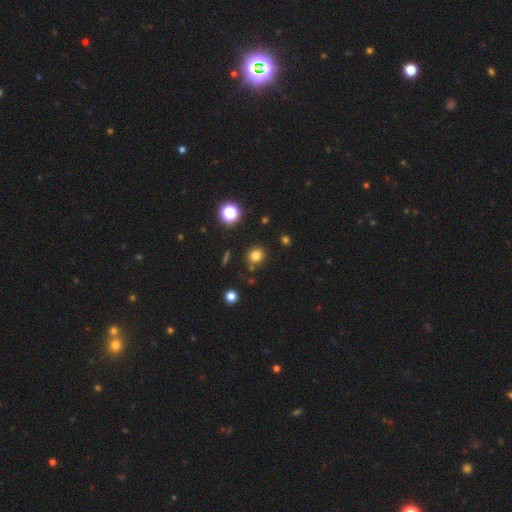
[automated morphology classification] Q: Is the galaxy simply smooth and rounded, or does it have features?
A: smooth — 78%.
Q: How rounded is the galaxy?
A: round — 86%.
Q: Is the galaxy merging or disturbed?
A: none — 82%.